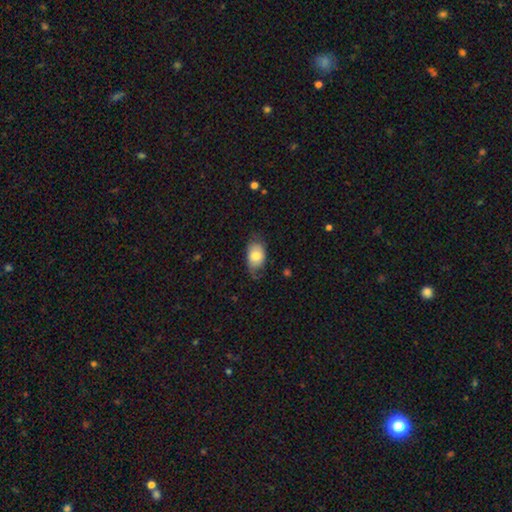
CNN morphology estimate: smooth 71%, featured or disk 22%, star or artifact 7%. Down the decision tree: how rounded — in between (87%); merging — none (54%).